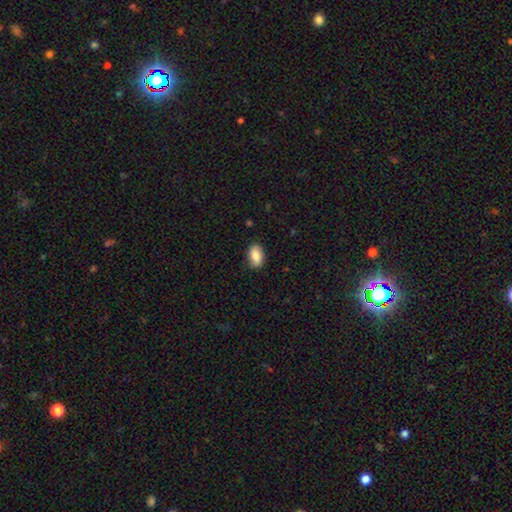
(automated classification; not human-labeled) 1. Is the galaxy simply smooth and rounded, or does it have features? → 83% smooth, 10% featured or disk, 7% star or artifact.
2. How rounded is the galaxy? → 90% in between, 7% round, 2% cigar-shaped.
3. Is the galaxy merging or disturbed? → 83% none, 13% minor disturbance, 3% major disturbance, 1% merger.